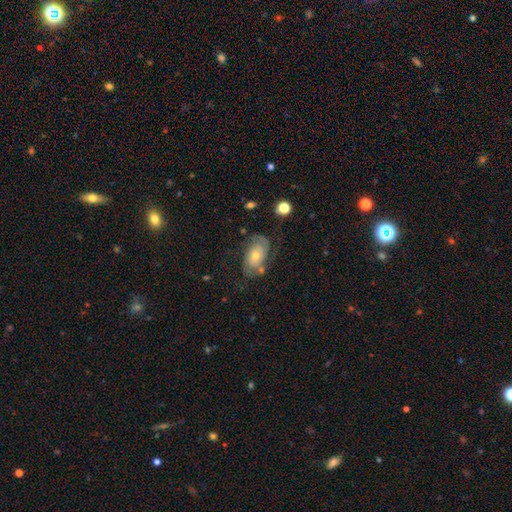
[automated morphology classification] The model was most divided on "bulge size": small: 51%, moderate: 42%, large: 3%, none: 2%, dominant: 1%. More confident: edge-on disk — no (95%); bar — no (81%); spiral arms — yes (76%); merging — none (58%); smooth or featured — featured or disk (58%).